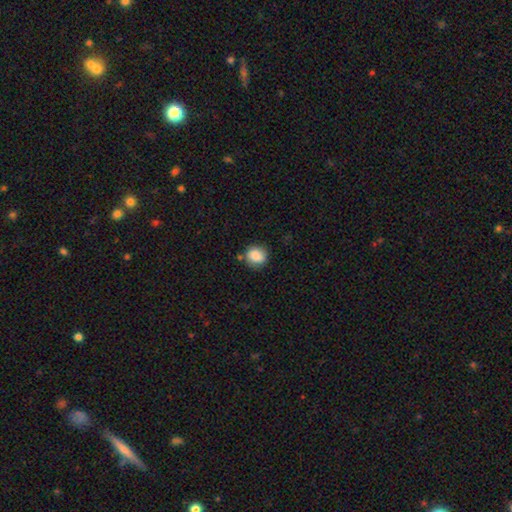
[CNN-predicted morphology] Q: Smooth or featured?
A: smooth (86%); runner-up: star or artifact (8%)
Q: How rounded?
A: round (80%); runner-up: in between (19%)
Q: Merging?
A: none (77%); runner-up: minor disturbance (15%)